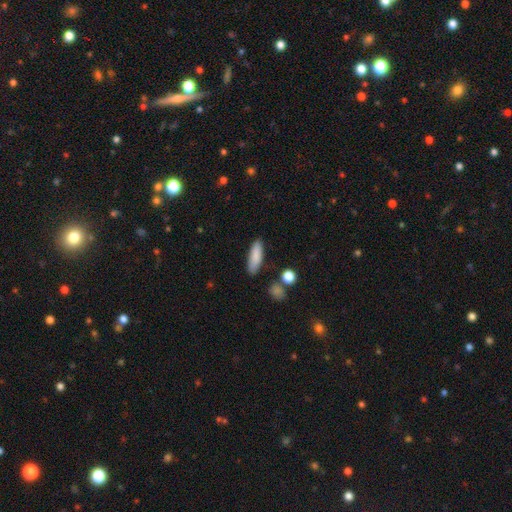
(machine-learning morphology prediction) Smooth or featured? Predicted: smooth (p=0.85). How rounded? Predicted: in between (p=0.51). Merging? Predicted: none (p=0.84).